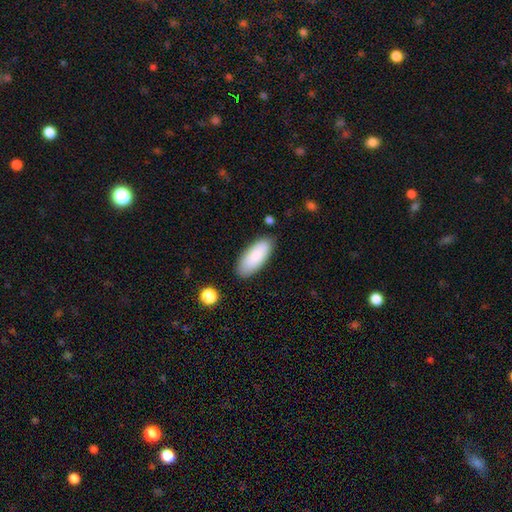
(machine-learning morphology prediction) smooth-or-featured: smooth: 86% | featured or disk: 8% | star or artifact: 6%
  how-rounded: in between: 84% | cigar-shaped: 15% | round: 2%
  merging: none: 84% | minor disturbance: 12% | major disturbance: 3% | merger: 2%